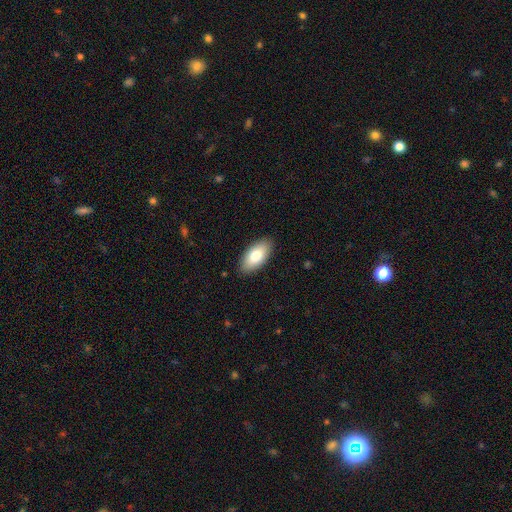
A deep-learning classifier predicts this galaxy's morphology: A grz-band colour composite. It shows a smooth galaxy with no disk features (81%) that is in between round and cigar-shaped (92%). Merging: none (88%).